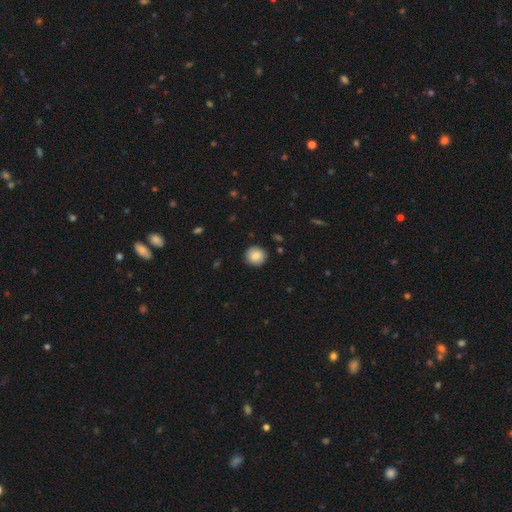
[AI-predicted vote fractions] Q: Smooth or featured?
A: smooth (86%); runner-up: star or artifact (8%)
Q: How rounded?
A: round (92%); runner-up: in between (7%)
Q: Merging?
A: none (90%); runner-up: minor disturbance (7%)